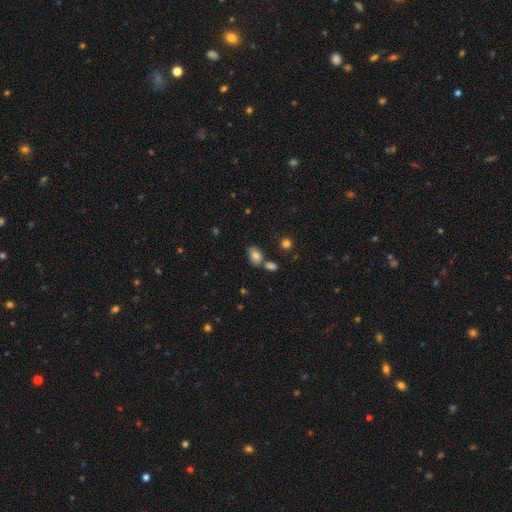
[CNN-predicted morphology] A smooth galaxy with no disk features (79%) that is in between round and cigar-shaped (85%). Merging: none (64%).